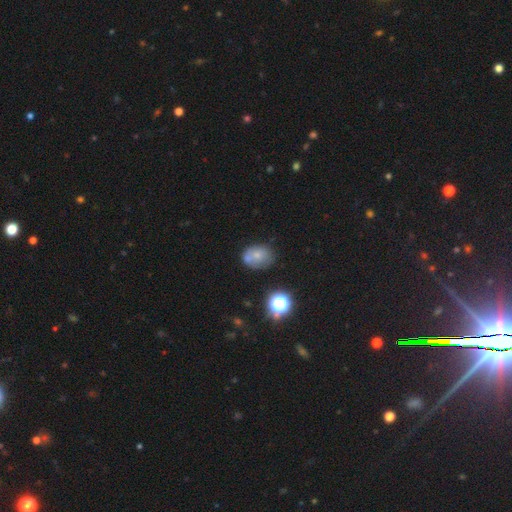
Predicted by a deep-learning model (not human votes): A smooth galaxy with no disk features (66%) that is in between round and cigar-shaped (54%).

Vote fractions:
- Smooth or featured? smooth: 66% / featured or disk: 20% / star or artifact: 14%
- How rounded? in between: 54% / round: 44% / cigar-shaped: 1%
- Merging? none: 51% / merger: 23% / minor disturbance: 19% / major disturbance: 7%